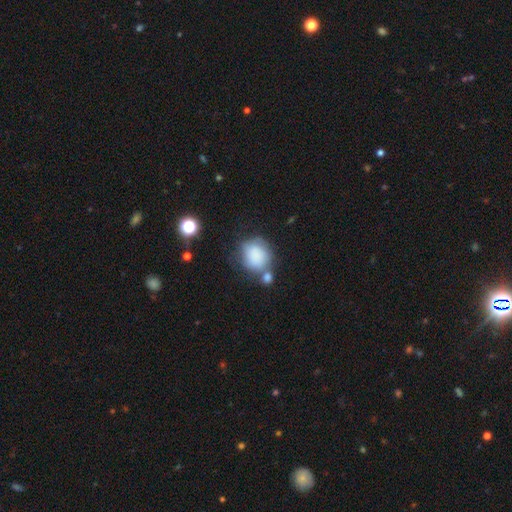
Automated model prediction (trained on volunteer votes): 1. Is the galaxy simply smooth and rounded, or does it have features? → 81% smooth, 11% featured or disk, 8% star or artifact.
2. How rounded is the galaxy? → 71% round, 28% in between, 1% cigar-shaped.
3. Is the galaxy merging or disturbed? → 43% none, 25% merger, 21% minor disturbance, 11% major disturbance.